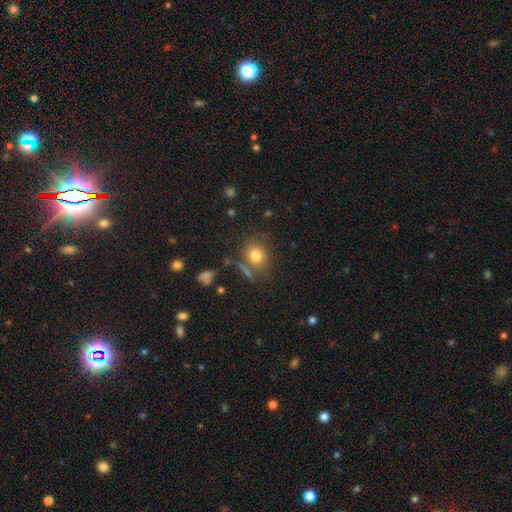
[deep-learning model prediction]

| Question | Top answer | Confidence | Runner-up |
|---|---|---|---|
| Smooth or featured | smooth | 78% | star or artifact (12%) |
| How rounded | round | 71% | in between (27%) |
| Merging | none | 70% | minor disturbance (13%) |